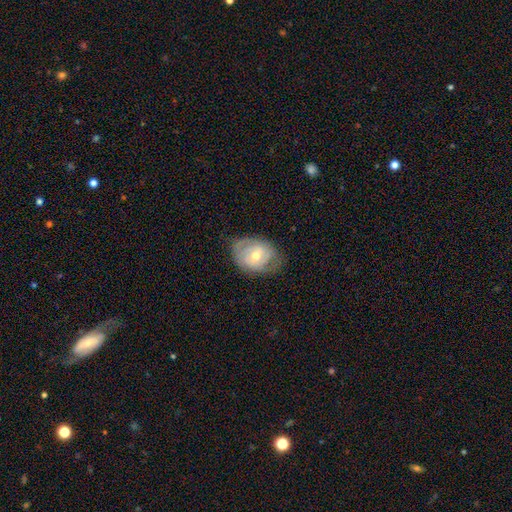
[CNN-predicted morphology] smooth-or-featured: featured or disk: 60% | smooth: 34% | star or artifact: 7%
  disk-edge-on: no: 95% | yes: 5%
    bar: no: 65% | weak: 29% | strong: 6%
    has-spiral-arms: yes: 65% | no: 35%
    bulge-size: moderate: 62% | small: 34% | large: 3% | none: 1% | dominant: 1%
  merging: none: 64% | minor disturbance: 26% | major disturbance: 9% | merger: 1%